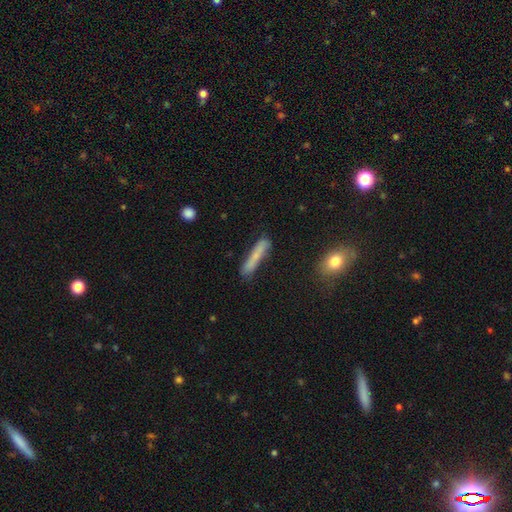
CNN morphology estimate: smooth 66%, featured or disk 26%, star or artifact 8%. Down the decision tree: how rounded — cigar-shaped (91%); merging — none (76%).